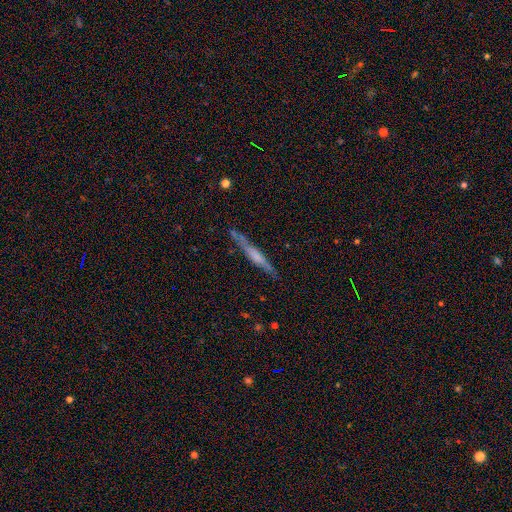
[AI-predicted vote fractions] Morphology: type=featured or disk (57%); edge-on=yes (95%); edge-on bulge=boxy (37%); merging=none (78%).